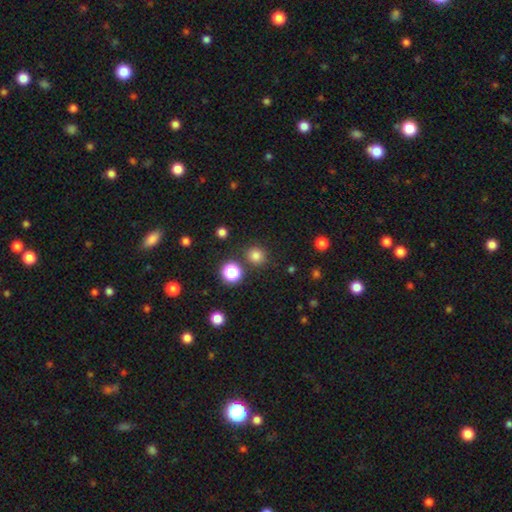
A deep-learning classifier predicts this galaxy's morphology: Smooth or featured?
  - smooth: 79% *
  - star or artifact: 17%
  - featured or disk: 4%
How rounded?
  - round: 89% *
  - in between: 10%
  - cigar-shaped: 1%
Merging?
  - none: 85% *
  - minor disturbance: 7%
  - merger: 5%
  - major disturbance: 3%